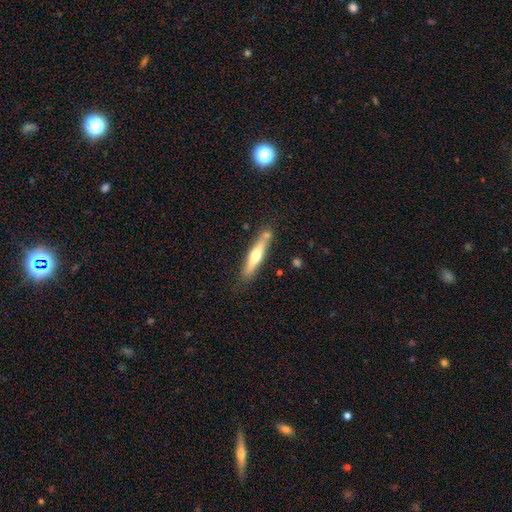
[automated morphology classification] The model was most divided on "smooth or featured": featured or disk: 48%, smooth: 46%, star or artifact: 5%. More confident: merging — none (75%).